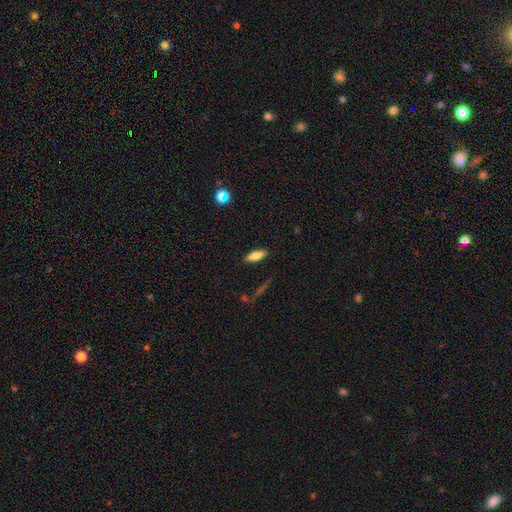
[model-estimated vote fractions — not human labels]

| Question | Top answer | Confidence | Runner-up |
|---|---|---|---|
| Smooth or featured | smooth | 74% | featured or disk (18%) |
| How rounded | in between | 70% | cigar-shaped (27%) |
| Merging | none | 87% | minor disturbance (9%) |